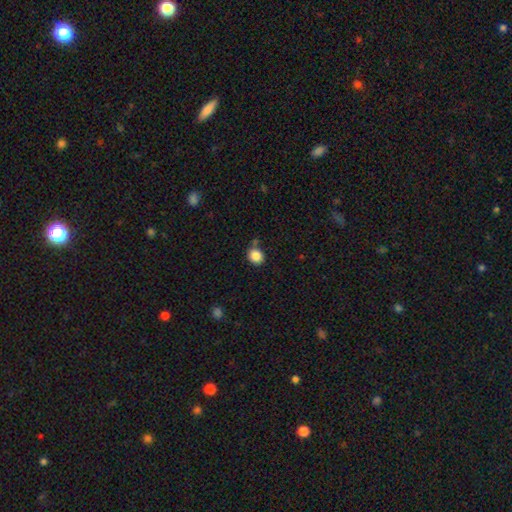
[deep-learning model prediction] This appears to be a smooth galaxy with no disk features (86%) that is round (72%). Merging: none (73%).